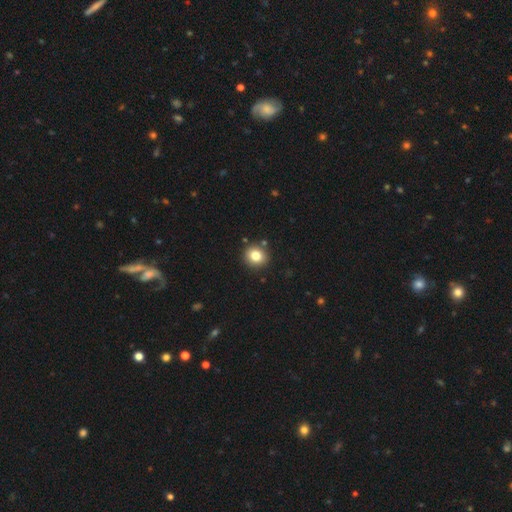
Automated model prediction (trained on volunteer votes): This appears to be a smooth galaxy with no disk features (81%) that is round (85%). Merging: none (88%).